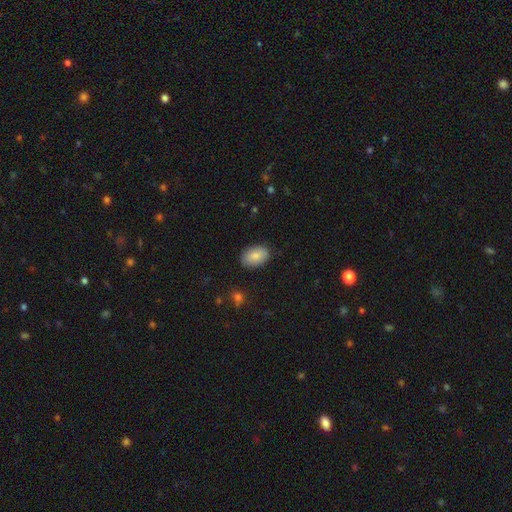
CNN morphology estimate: Smooth or featured?
  - smooth: 84% *
  - featured or disk: 9%
  - star or artifact: 7%
How rounded?
  - in between: 89% *
  - round: 9%
  - cigar-shaped: 1%
Merging?
  - none: 86% *
  - minor disturbance: 11%
  - major disturbance: 2%
  - merger: 1%